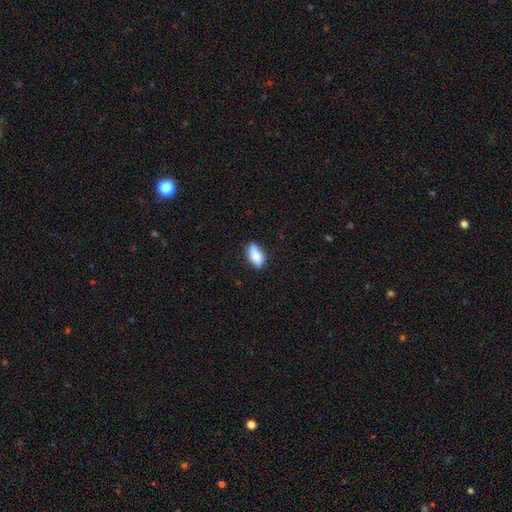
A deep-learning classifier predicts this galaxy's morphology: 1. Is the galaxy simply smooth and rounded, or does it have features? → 74% smooth, 19% featured or disk, 7% star or artifact.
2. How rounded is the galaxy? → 78% in between, 18% cigar-shaped, 4% round.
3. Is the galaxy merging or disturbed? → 77% none, 17% minor disturbance, 3% major disturbance, 3% merger.